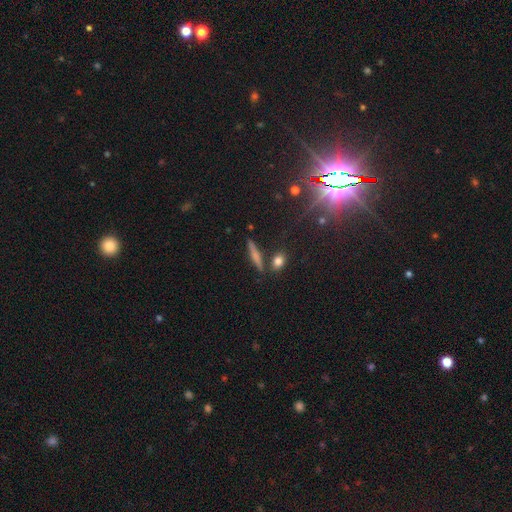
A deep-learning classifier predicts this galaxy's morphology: smooth_or_featured: smooth (p=0.41) [alt: featured or disk p=0.35]
merging: none (p=0.79) [alt: minor disturbance p=0.10]